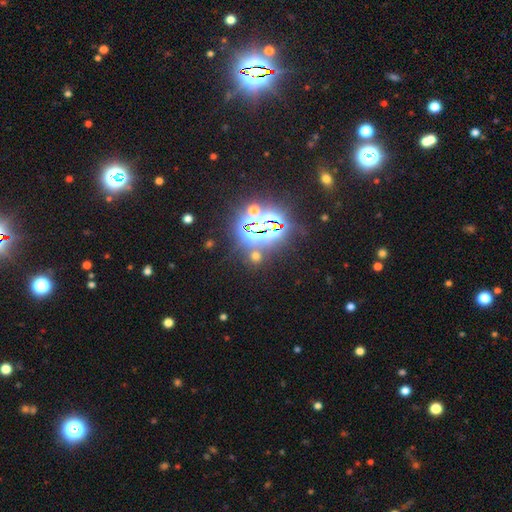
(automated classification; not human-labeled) Overall: star or artifact (61%; smooth 32%).